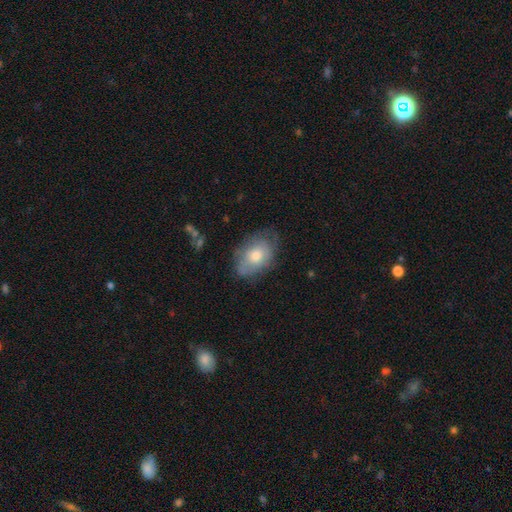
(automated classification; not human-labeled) smooth_or_featured: smooth (p=0.60) [alt: featured or disk p=0.32]
how_rounded: in between (p=0.83) [alt: round p=0.15]
merging: none (p=0.64) [alt: minor disturbance p=0.26]